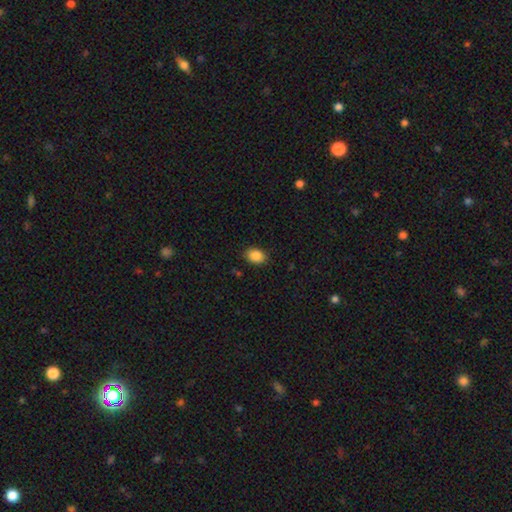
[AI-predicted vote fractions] Morphology: type=smooth (87%); roundness=in between (71%); merging=none (87%).